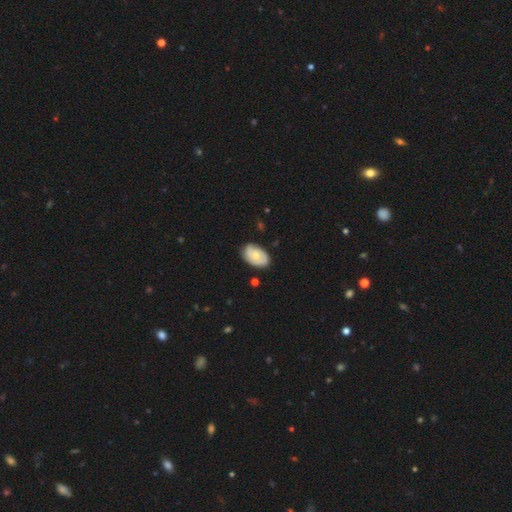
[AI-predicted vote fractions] smooth-or-featured: smooth: 53% | featured or disk: 41% | star or artifact: 6%
  how-rounded: in between: 89% | round: 10% | cigar-shaped: 1%
  merging: none: 76% | minor disturbance: 19% | major disturbance: 3% | merger: 2%